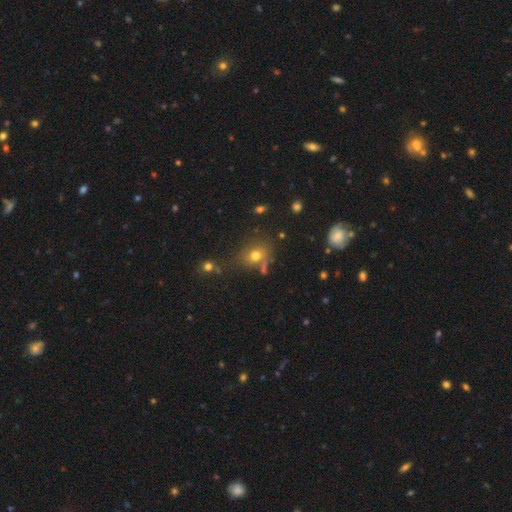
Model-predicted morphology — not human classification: Overall: smooth (71%). How rounded: round (53%; in between 46%). Merging: none (65%).